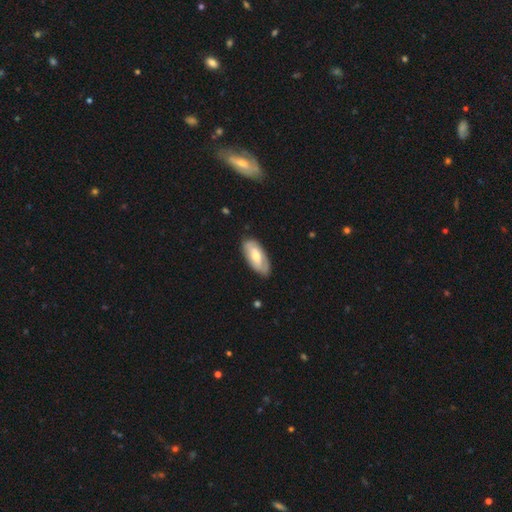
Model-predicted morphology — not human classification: A featured or disk galaxy (51%). Merging: none (80%).